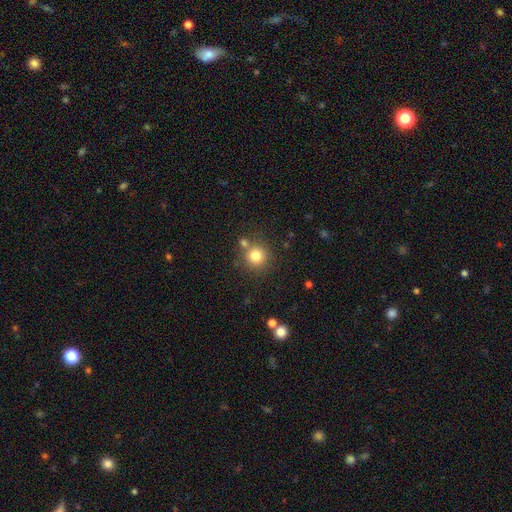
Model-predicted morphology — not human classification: Smooth or featured? Predicted: smooth (p=0.79). How rounded? Predicted: round (p=0.93). Merging? Predicted: none (p=0.73).